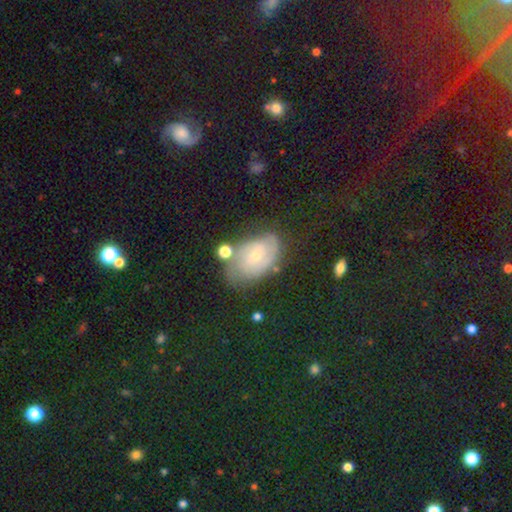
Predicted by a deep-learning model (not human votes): Smooth or featured? featured or disk (60%)
Edge-on disk? no (96%)
Bar? no (58%)
Spiral arms? yes (81%)
Bulge size? small (62%)
Merging? none (58%)